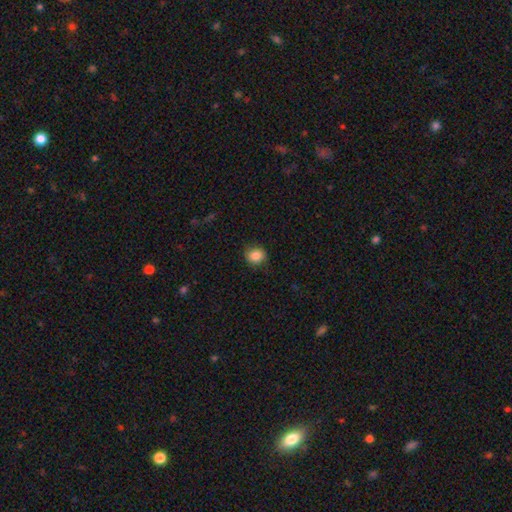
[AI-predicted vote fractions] This is clearly a smooth galaxy (84%). How rounded: likely round (79%). Merging: clearly none (84%).